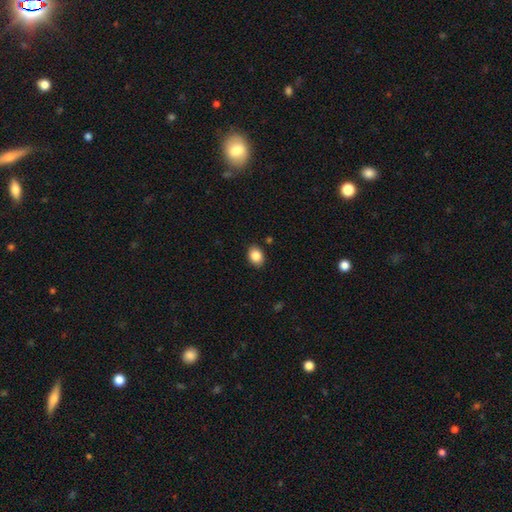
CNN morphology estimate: smooth-or-featured: smooth: 86% | star or artifact: 9% | featured or disk: 6%
  how-rounded: in between: 63% | round: 36% | cigar-shaped: 1%
  merging: none: 87% | minor disturbance: 10% | major disturbance: 2% | merger: 1%